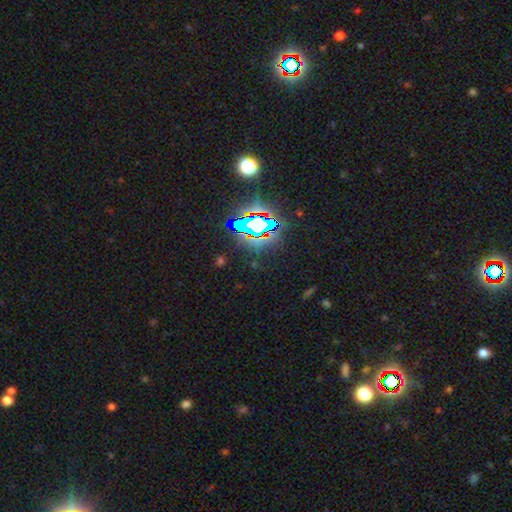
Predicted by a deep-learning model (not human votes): Q: Smooth or featured?
A: star or artifact (82%); runner-up: smooth (10%)